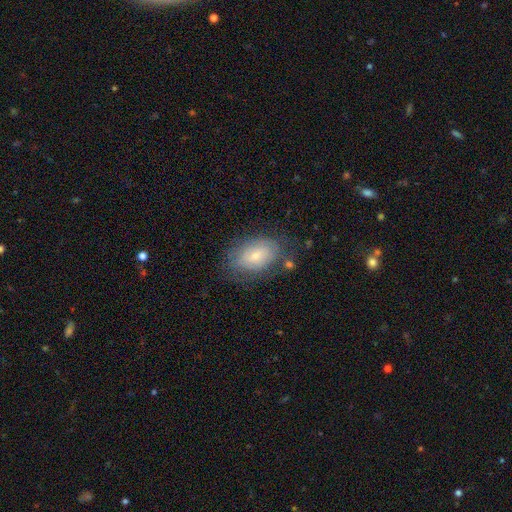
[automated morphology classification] Smooth or featured? smooth (62%)
How rounded? in between (87%)
Merging? none (69%)